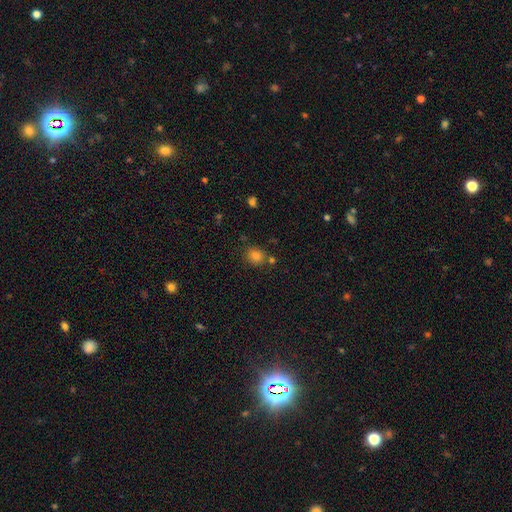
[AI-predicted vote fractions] smooth-or-featured: smooth: 79% | star or artifact: 16% | featured or disk: 5%
  how-rounded: round: 73% | in between: 26% | cigar-shaped: 1%
  merging: none: 77% | minor disturbance: 11% | merger: 9% | major disturbance: 3%